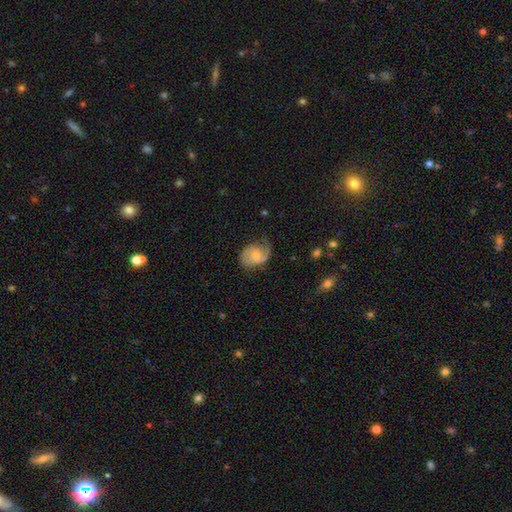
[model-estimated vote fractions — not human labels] A featured or disk galaxy (58%) with no bar (57%), spiral arms (88%) and a small central bulge (47%). Merging: none (56%).